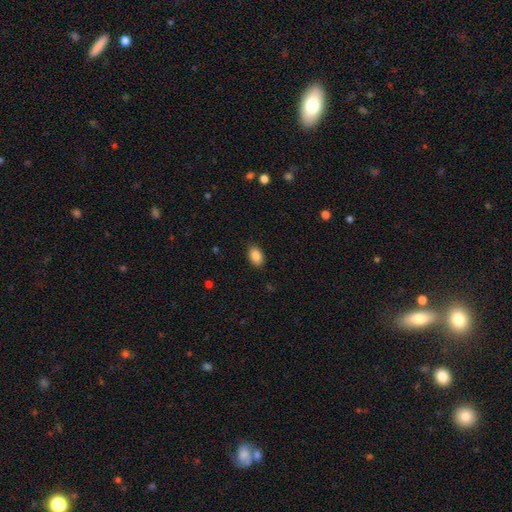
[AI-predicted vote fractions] smooth-or-featured: smooth: 88% | star or artifact: 8% | featured or disk: 4%
  how-rounded: in between: 87% | round: 12% | cigar-shaped: 1%
  merging: none: 87% | minor disturbance: 10% | major disturbance: 2% | merger: 1%